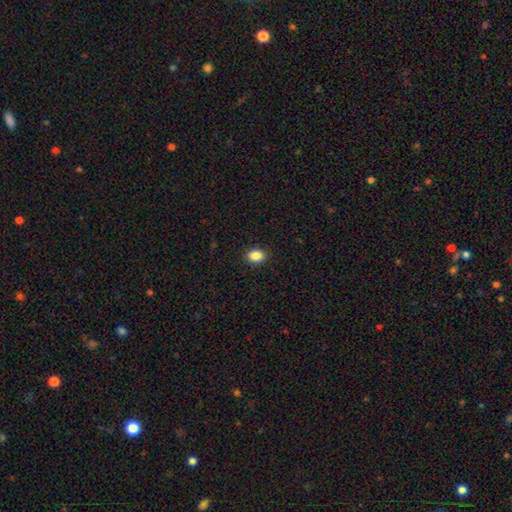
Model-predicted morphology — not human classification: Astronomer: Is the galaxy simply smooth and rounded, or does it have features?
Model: smooth — 87%.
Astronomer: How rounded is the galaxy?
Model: in between — 64%.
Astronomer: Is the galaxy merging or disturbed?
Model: none — 90%.